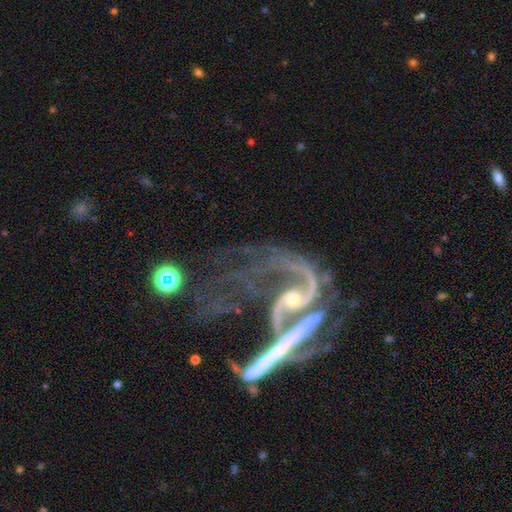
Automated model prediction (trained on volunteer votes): This is clearly a featured or disk galaxy (82%). It is clearly not viewed edge-on (90%). Bar: possibly no (47%). Spiral arm pattern: clearly yes (85%). Spiral arm count: possibly 2 (58%). Spiral winding: possibly loose (52%). Central bulge: possibly small (47%). Merging: possibly merger (45%).